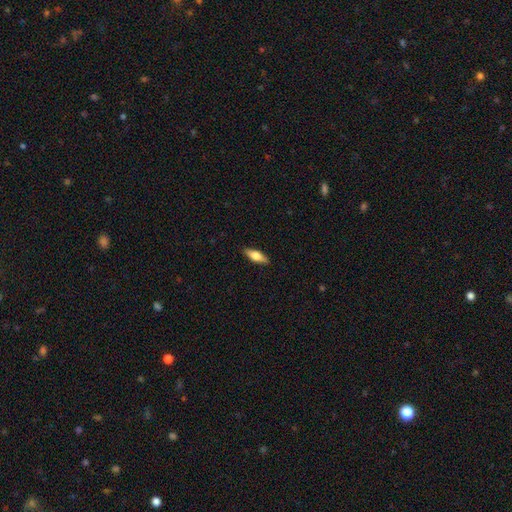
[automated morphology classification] smooth-or-featured: smooth: 62% | featured or disk: 32% | star or artifact: 6%
  how-rounded: in between: 62% | cigar-shaped: 35% | round: 3%
  merging: none: 89% | minor disturbance: 8% | major disturbance: 2% | merger: 1%